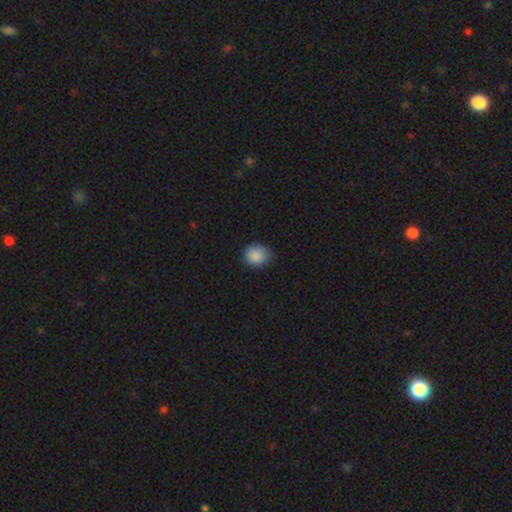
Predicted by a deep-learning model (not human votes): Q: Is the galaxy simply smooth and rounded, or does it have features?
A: smooth — 88%.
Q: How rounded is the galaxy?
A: round — 77%.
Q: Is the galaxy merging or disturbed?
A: none — 78%.